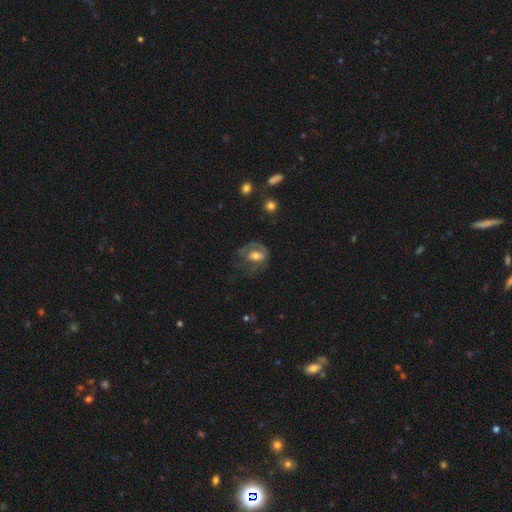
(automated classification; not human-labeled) smooth_or_featured: featured or disk (p=0.51) [alt: smooth p=0.41]
disk_edge_on: no (p=0.95) [alt: yes p=0.05]
merging: major disturbance (p=0.38) [alt: none p=0.37]